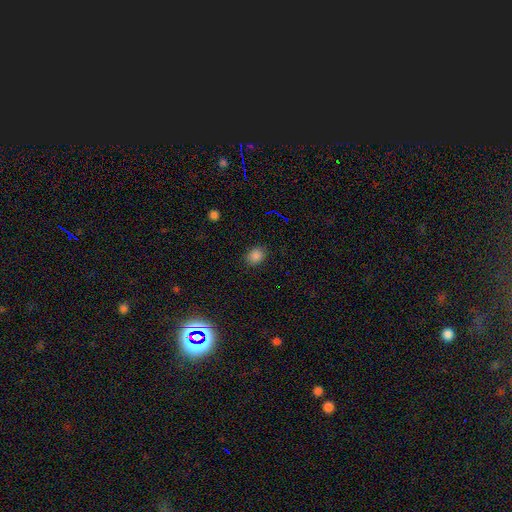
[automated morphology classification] Smooth or featured?
  - smooth: 82% *
  - star or artifact: 14%
  - featured or disk: 4%
How rounded?
  - in between: 54% *
  - round: 45%
  - cigar-shaped: 1%
Merging?
  - none: 86% *
  - minor disturbance: 10%
  - major disturbance: 3%
  - merger: 1%